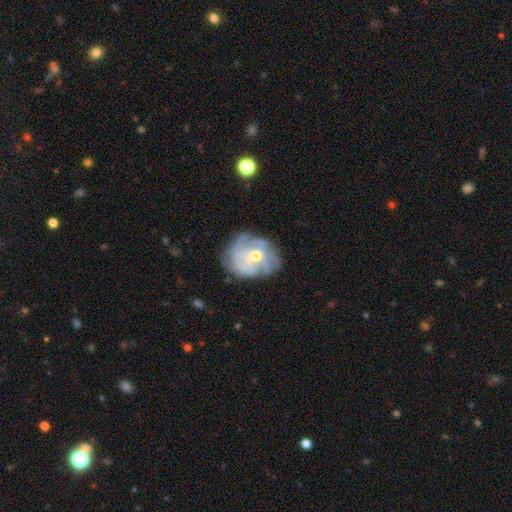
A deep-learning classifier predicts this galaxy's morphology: The model was most divided on "spiral winding": tight: 58%, medium: 29%, loose: 13%. Remaining: edge-on disk — no (97%); spiral arms — yes (81%); smooth or featured — featured or disk (74%); bar — no (72%); merging — none (65%); bulge size — moderate (62%); spiral arm count — can't tell (46%).